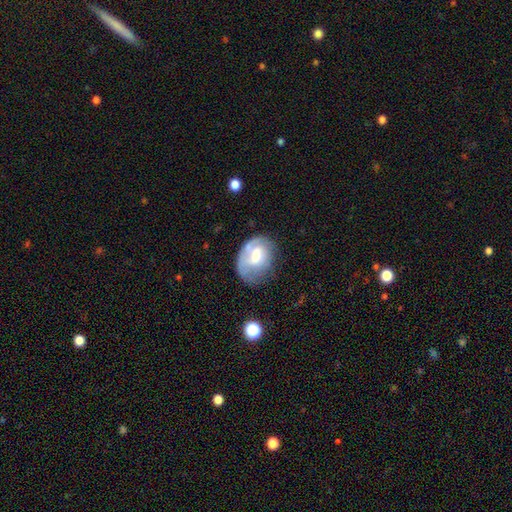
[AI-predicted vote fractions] A featured or disk galaxy (49%).

Vote fractions:
- Smooth or featured? featured or disk: 49% / smooth: 44% / star or artifact: 7%
- Merging? none: 46% / minor disturbance: 30% / major disturbance: 21% / merger: 4%